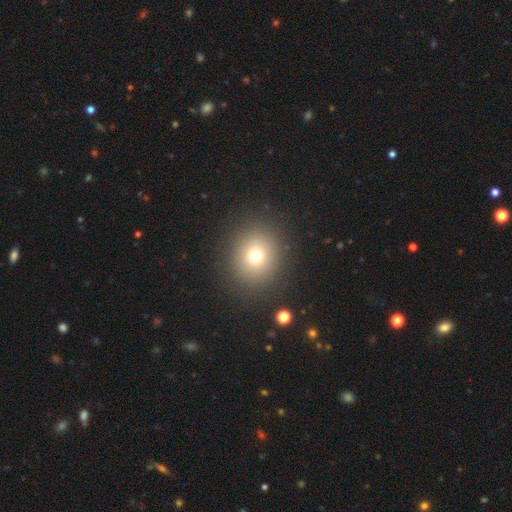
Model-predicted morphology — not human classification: smooth_or_featured: smooth (p=0.72) [alt: star or artifact p=0.17]
how_rounded: round (p=0.81) [alt: in between p=0.18]
merging: none (p=0.88) [alt: minor disturbance p=0.07]